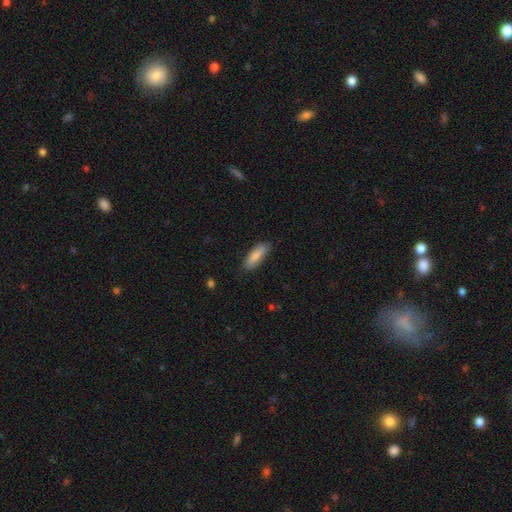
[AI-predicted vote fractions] Morphology: type=smooth (83%); roundness=in between (58%); merging=none (80%).